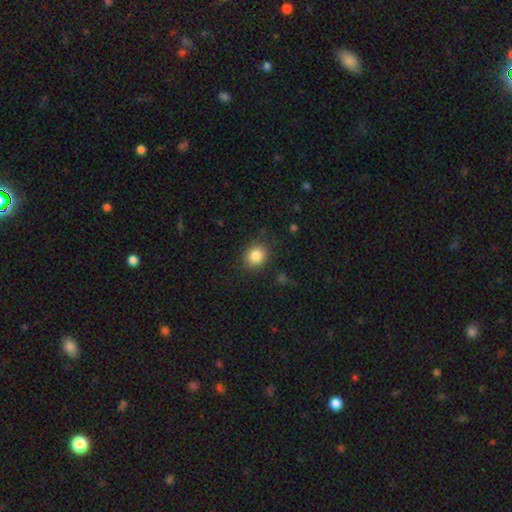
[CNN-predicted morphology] Smooth or featured: smooth — 85% (star or artifact — 10%)
How rounded: round — 69% (in between — 30%)
Merging: none — 84% (minor disturbance — 11%)